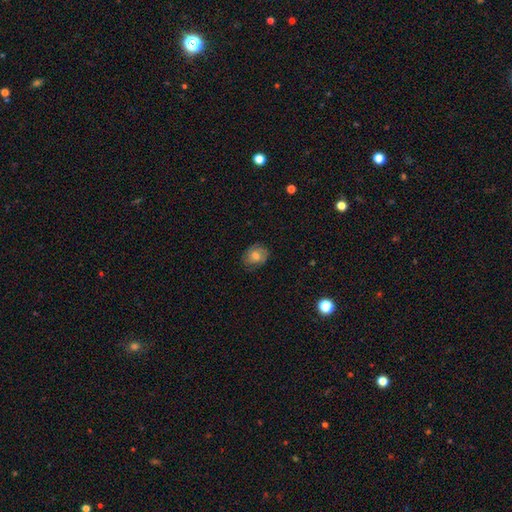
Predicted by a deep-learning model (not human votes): The model was most divided on "how rounded": round: 53%, in between: 46%, cigar-shaped: 1%. More confident: merging — none (75%); smooth or featured — smooth (56%).